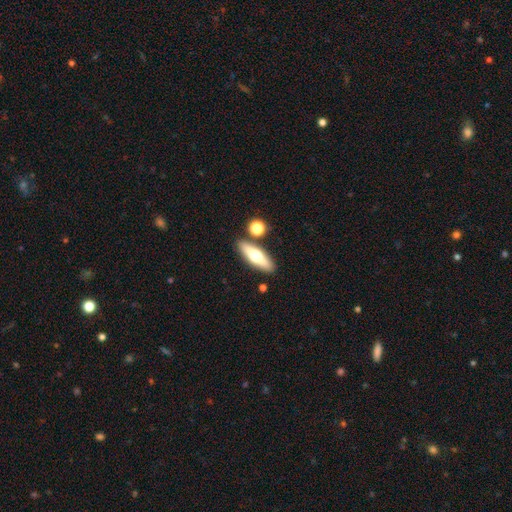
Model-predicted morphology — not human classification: smooth-or-featured: smooth: 52% | featured or disk: 42% | star or artifact: 7%
  how-rounded: cigar-shaped: 50% | in between: 46% | round: 4%
  merging: none: 82% | minor disturbance: 8% | merger: 7% | major disturbance: 2%